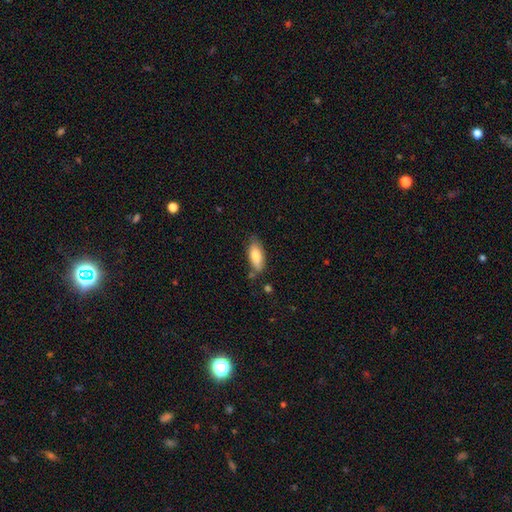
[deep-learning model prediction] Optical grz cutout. It shows a smooth galaxy with no disk features (80%) that is in between round and cigar-shaped (80%). Merging: none (72%).